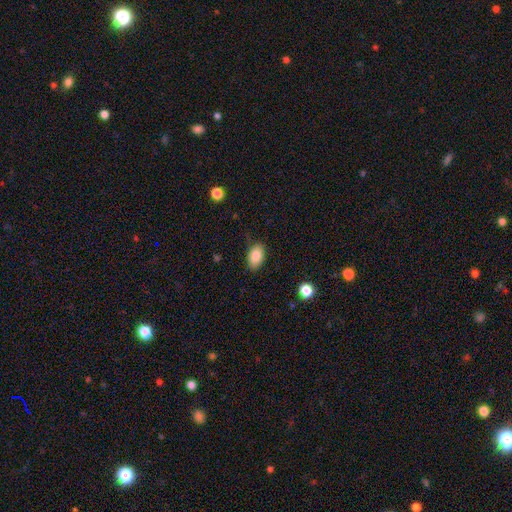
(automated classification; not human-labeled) Smooth or featured? smooth (87%)
How rounded? in between (90%)
Merging? none (83%)